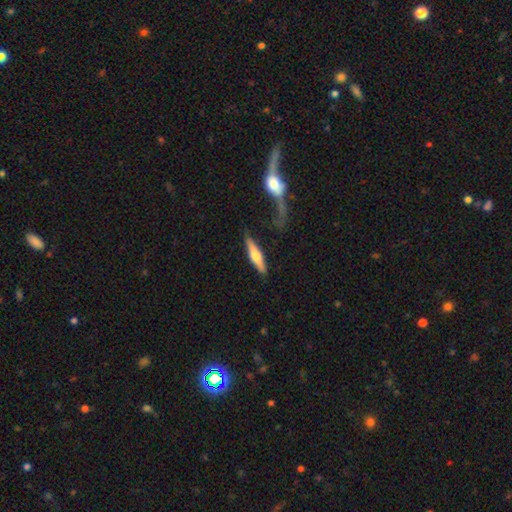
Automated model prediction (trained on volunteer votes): This is possibly a featured or disk galaxy (53%). It is clearly viewed edge-on (93%). Merging: likely none (77%).